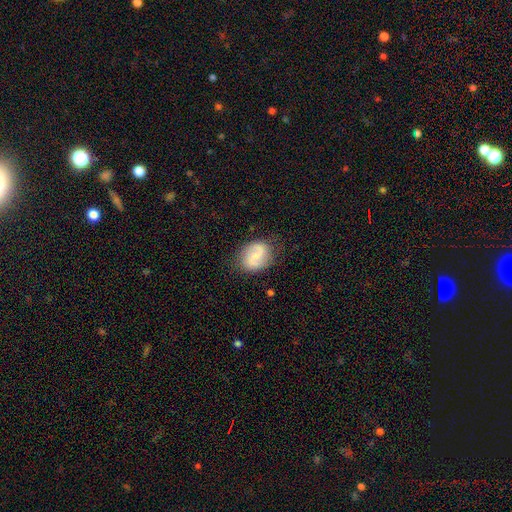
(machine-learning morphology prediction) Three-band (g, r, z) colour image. It shows a featured or disk galaxy (52%) with a weak bar (50%), spiral arms (88%) and a small central bulge (56%). Merging: none (77%).